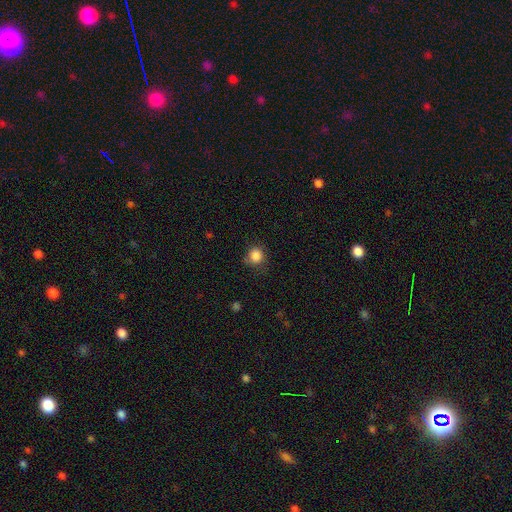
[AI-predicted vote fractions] Q: Smooth or featured?
A: smooth (86%); runner-up: star or artifact (10%)
Q: How rounded?
A: round (88%); runner-up: in between (11%)
Q: Merging?
A: none (74%); runner-up: minor disturbance (19%)